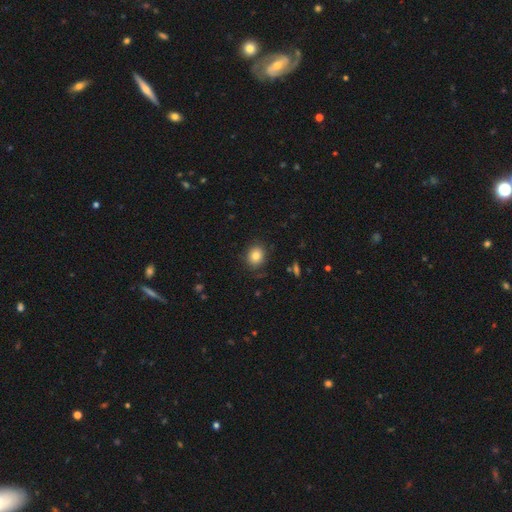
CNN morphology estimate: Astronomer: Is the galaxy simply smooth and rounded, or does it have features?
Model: smooth — 81%.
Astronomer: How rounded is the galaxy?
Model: round — 69%.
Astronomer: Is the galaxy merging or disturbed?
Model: none — 85%.